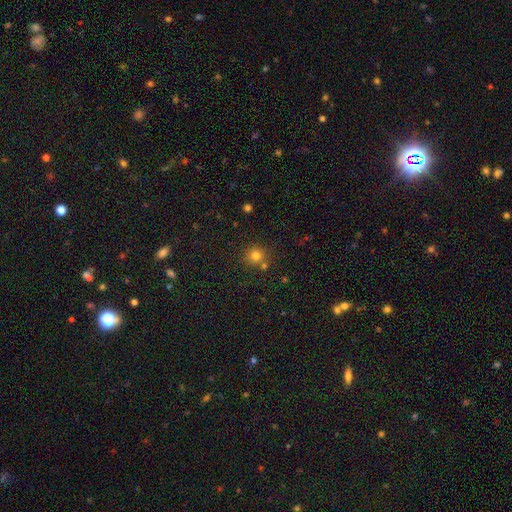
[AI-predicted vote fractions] smooth_or_featured: smooth (p=0.77) [alt: star or artifact p=0.16]
how_rounded: round (p=0.91) [alt: in between p=0.08]
merging: none (p=0.73) [alt: merger p=0.15]